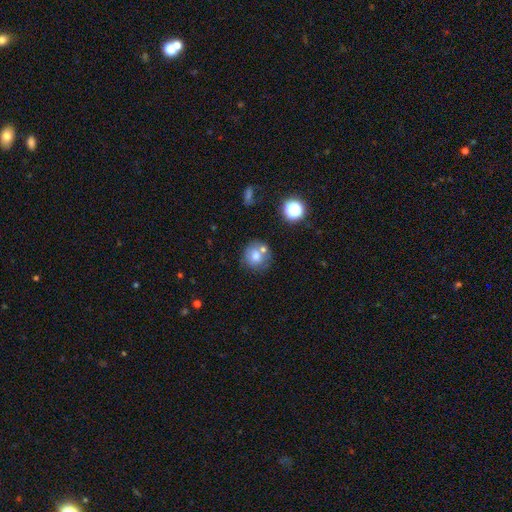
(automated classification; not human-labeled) Q: Smooth or featured?
A: smooth (70%); runner-up: featured or disk (19%)
Q: How rounded?
A: round (87%); runner-up: in between (12%)
Q: Merging?
A: none (57%); runner-up: merger (25%)